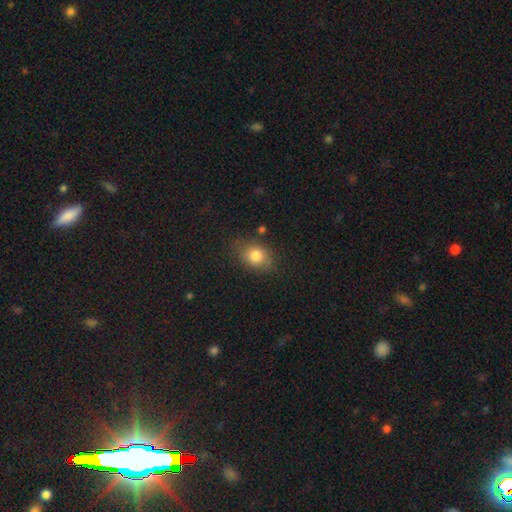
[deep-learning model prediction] Smooth or featured? Predicted: smooth (p=0.82). How rounded? Predicted: in between (p=0.58). Merging? Predicted: none (p=0.75).